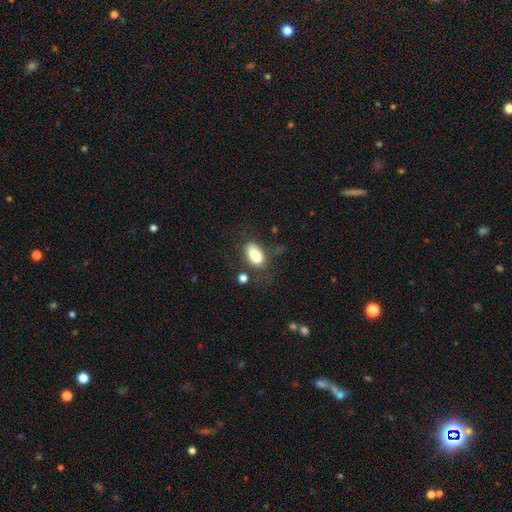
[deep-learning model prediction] Q: Smooth or featured?
A: smooth (80%); runner-up: featured or disk (12%)
Q: How rounded?
A: in between (90%); runner-up: round (6%)
Q: Merging?
A: none (56%); runner-up: minor disturbance (24%)